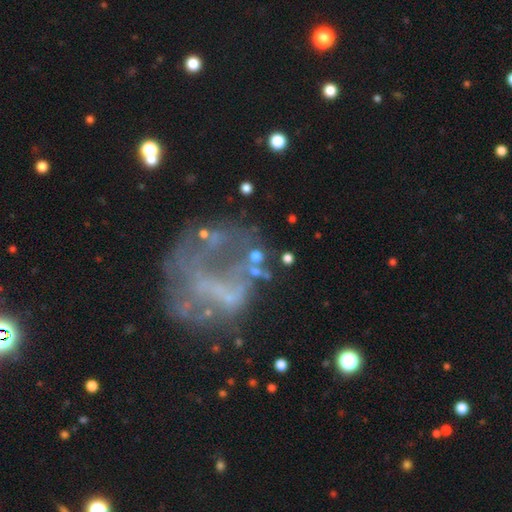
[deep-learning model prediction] Overall: smooth (49%; featured or disk 30%). Merging: none (60%).